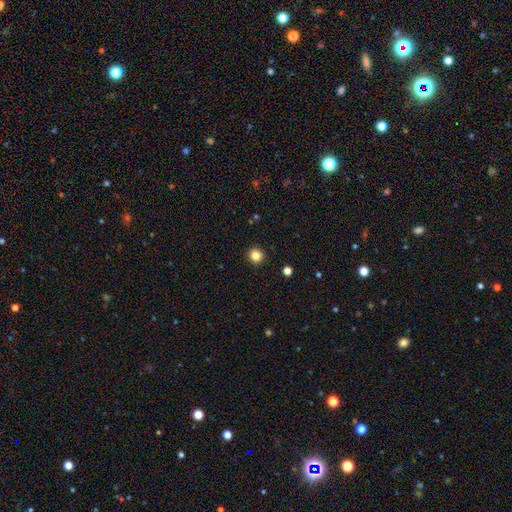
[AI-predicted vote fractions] A smooth galaxy with no disk features (83%) that is round (91%). Merging: none (92%).